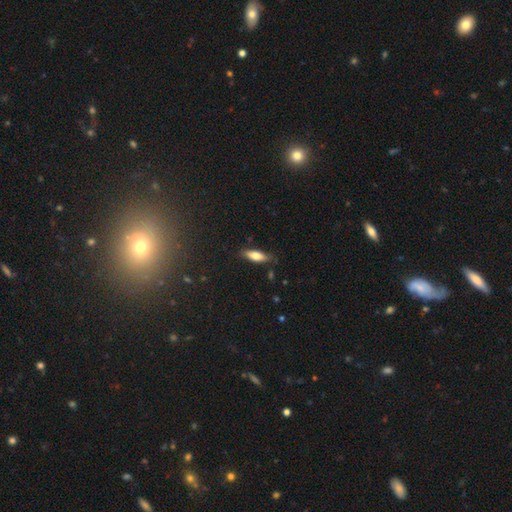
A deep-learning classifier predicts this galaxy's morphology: smooth 72%, featured or disk 21%, star or artifact 7%. Down the decision tree: how rounded — in between (59%); merging — none (80%).